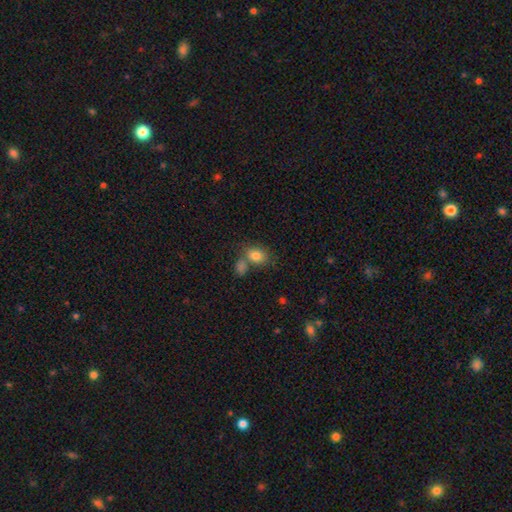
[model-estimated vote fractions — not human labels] Smooth or featured: smooth — 82% (star or artifact — 10%)
How rounded: in between — 64% (round — 35%)
Merging: none — 53% (merger — 29%)